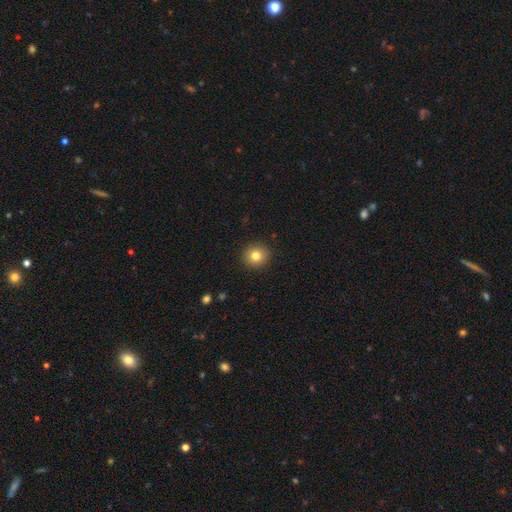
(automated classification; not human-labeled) smooth 80%, star or artifact 11%, featured or disk 9%. Down the decision tree: how rounded — round (91%); merging — none (91%).